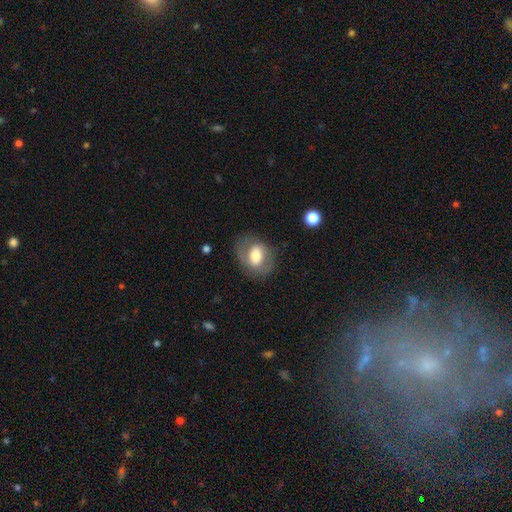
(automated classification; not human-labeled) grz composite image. It shows a smooth galaxy with no disk features (56%) that is in between round and cigar-shaped (62%). Merging: none (70%).